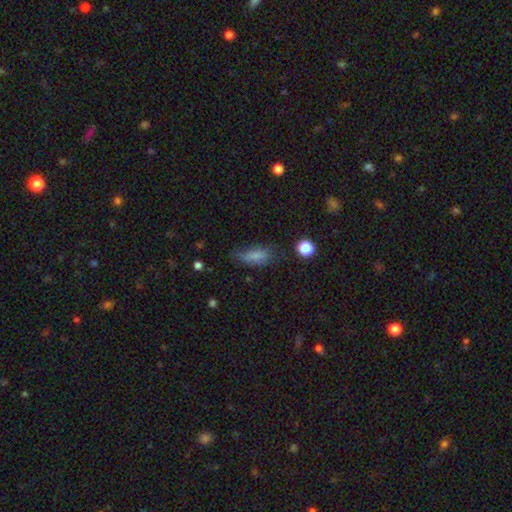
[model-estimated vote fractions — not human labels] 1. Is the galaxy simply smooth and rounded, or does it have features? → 78% smooth, 12% featured or disk, 11% star or artifact.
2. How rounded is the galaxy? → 74% in between, 21% cigar-shaped, 4% round.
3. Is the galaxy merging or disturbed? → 59% none, 29% minor disturbance, 10% major disturbance, 2% merger.